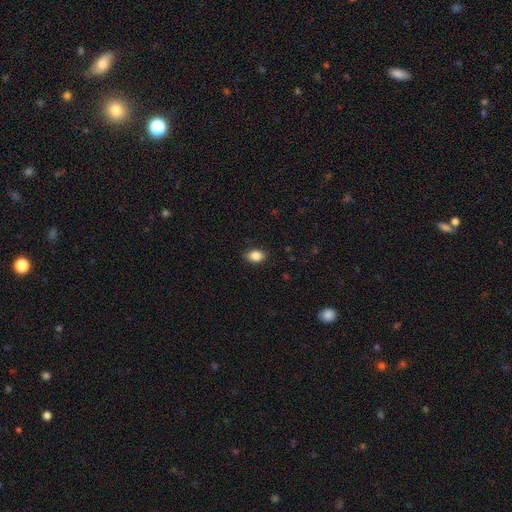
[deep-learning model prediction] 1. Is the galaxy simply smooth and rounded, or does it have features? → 87% smooth, 8% star or artifact, 5% featured or disk.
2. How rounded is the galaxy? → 81% in between, 18% round, 1% cigar-shaped.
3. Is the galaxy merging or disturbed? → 87% none, 10% minor disturbance, 2% major disturbance, 1% merger.